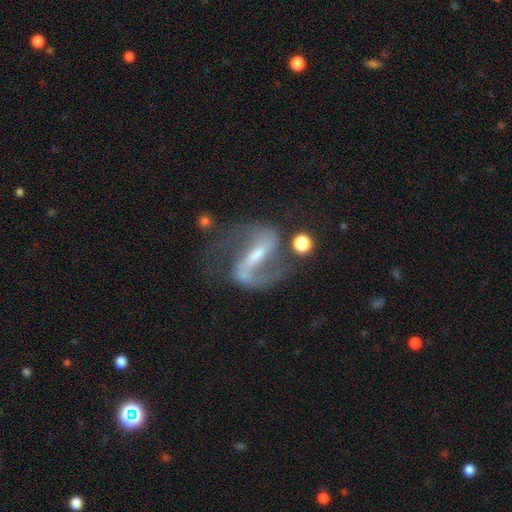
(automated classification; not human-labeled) This appears to be a featured or disk galaxy (88%) with a strong bar (61%), 2 (90%) medium (47%) spiral arms (96%) and a small central bulge (43%). Merging: none (60%).